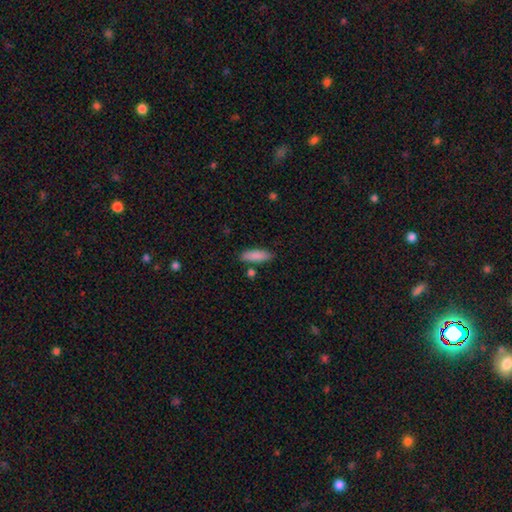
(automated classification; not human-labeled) A smooth galaxy with no disk features (87%) that is in between round and cigar-shaped (53%).

Vote fractions:
- Smooth or featured? smooth: 87% / featured or disk: 7% / star or artifact: 6%
- How rounded? in between: 53% / cigar-shaped: 45% / round: 2%
- Merging? none: 80% / minor disturbance: 12% / merger: 6% / major disturbance: 3%